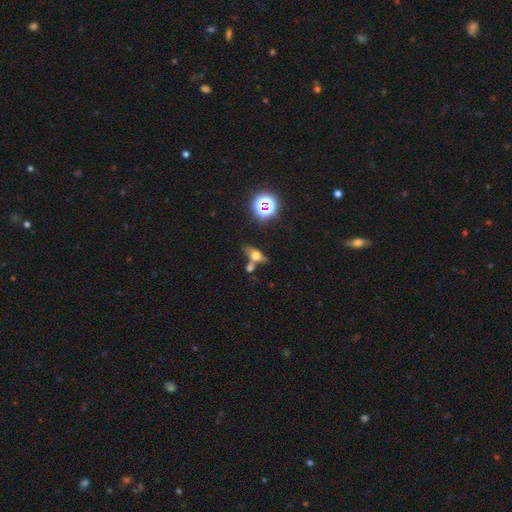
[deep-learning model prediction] This is possibly a smooth galaxy (47%). Merging: possibly none (46%).